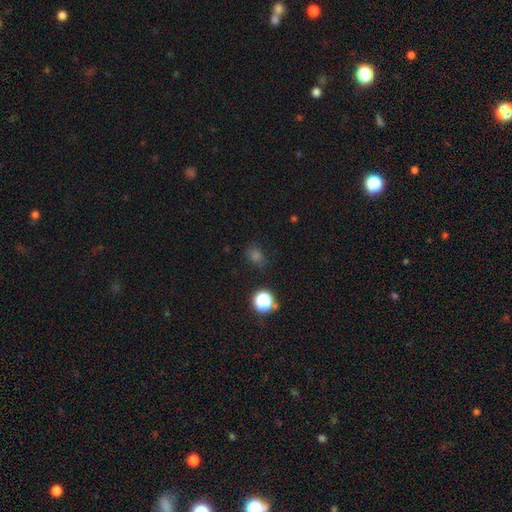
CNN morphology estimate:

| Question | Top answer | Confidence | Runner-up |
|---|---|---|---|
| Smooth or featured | smooth | 60% | star or artifact (33%) |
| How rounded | round | 57% | in between (41%) |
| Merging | none | 78% | minor disturbance (14%) |